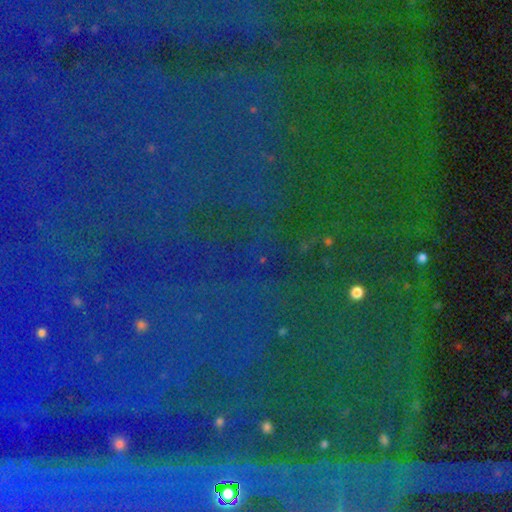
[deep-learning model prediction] A star or artifact, not a galaxy (82%).